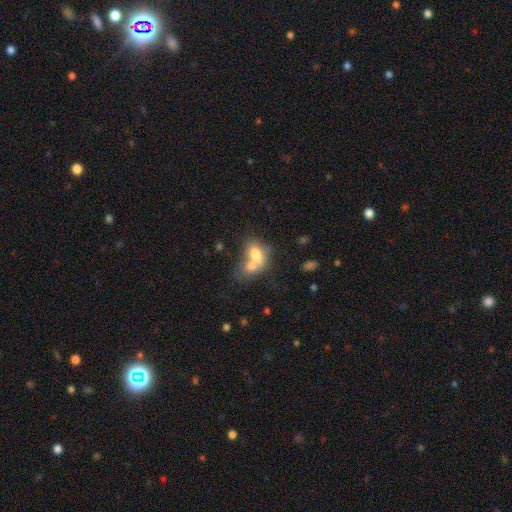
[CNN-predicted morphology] Smooth or featured? smooth (68%)
How rounded? in between (74%)
Merging? merger (68%)